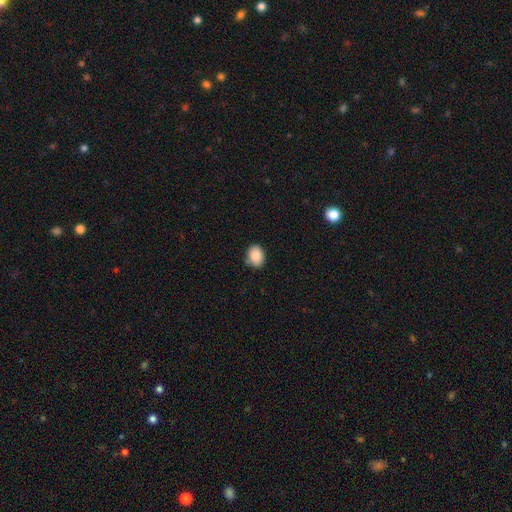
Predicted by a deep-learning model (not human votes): Overall: smooth (87%). How rounded: in between (60%; round 39%). Merging: none (79%).